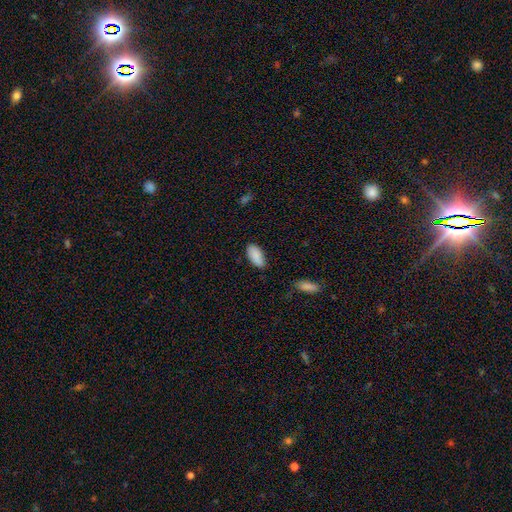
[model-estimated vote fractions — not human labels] smooth 87%, star or artifact 7%, featured or disk 6%. Down the decision tree: how rounded — in between (91%); merging — none (77%).